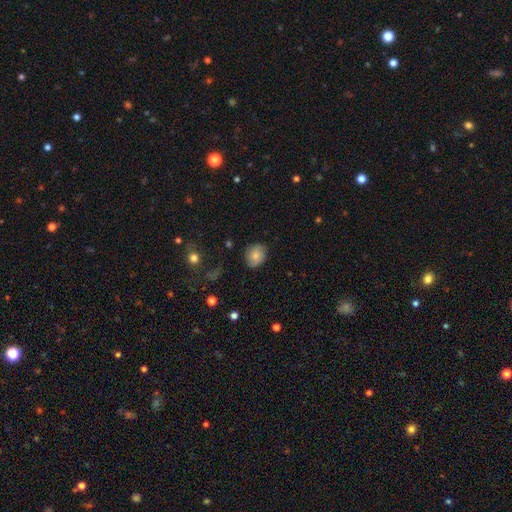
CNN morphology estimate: Q: Smooth or featured?
A: smooth (69%); runner-up: featured or disk (22%)
Q: How rounded?
A: round (59%); runner-up: in between (39%)
Q: Merging?
A: none (77%); runner-up: minor disturbance (18%)